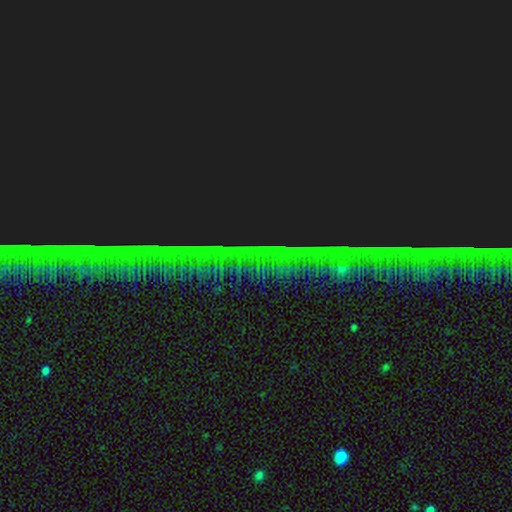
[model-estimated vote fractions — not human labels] A star or artifact, not a galaxy (87%).

Vote fractions:
- Smooth or featured? star or artifact: 87% / featured or disk: 7% / smooth: 6%